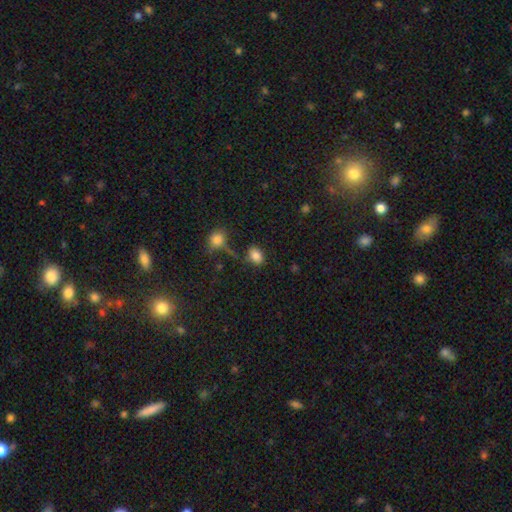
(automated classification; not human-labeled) Overall: smooth (83%). How rounded: in between (78%). Merging: none (71%).